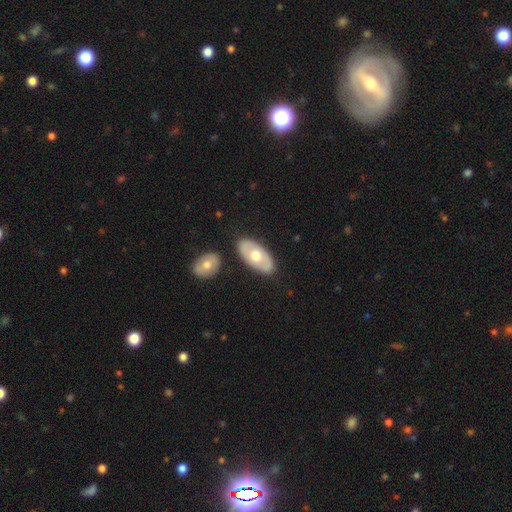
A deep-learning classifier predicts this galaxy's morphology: This appears to be a smooth galaxy with no disk features (51%) that is in between round and cigar-shaped (93%). Merging: none (81%).